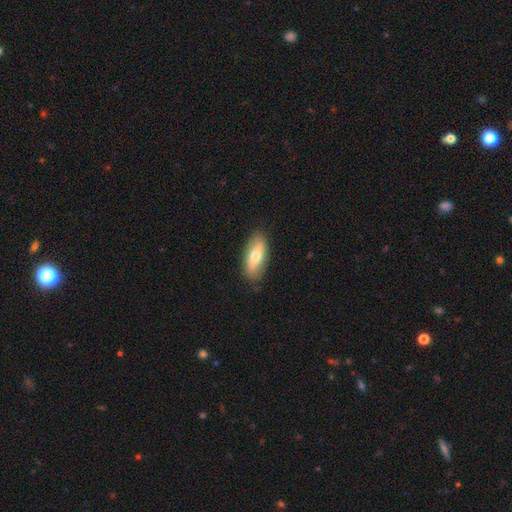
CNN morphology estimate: Overall: smooth (61%; featured or disk 33%). How rounded: in between (82%). Merging: none (85%).